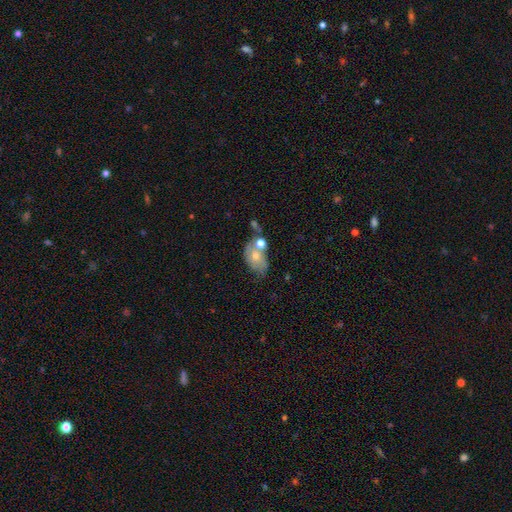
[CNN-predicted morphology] A featured or disk galaxy (47%).

Vote fractions:
- Smooth or featured? featured or disk: 47% / smooth: 42% / star or artifact: 11%
- Merging? none: 38% / merger: 30% / minor disturbance: 20% / major disturbance: 12%